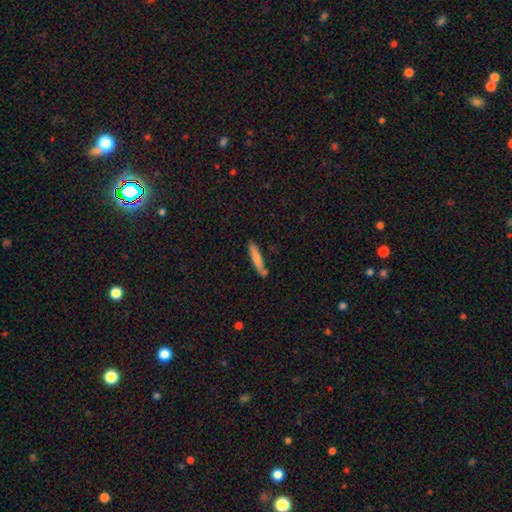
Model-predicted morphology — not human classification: Smooth or featured: smooth — 45% (featured or disk — 31%)
Merging: none — 82% (minor disturbance — 11%)